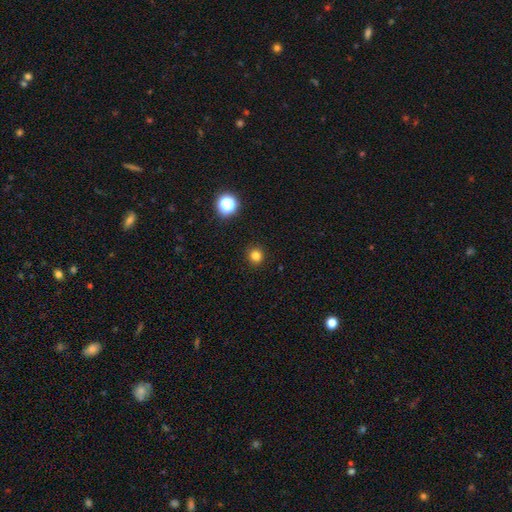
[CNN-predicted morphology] smooth-or-featured: smooth: 81% | star or artifact: 15% | featured or disk: 4%
  how-rounded: round: 90% | in between: 9% | cigar-shaped: 1%
  merging: none: 92% | minor disturbance: 5% | major disturbance: 2% | merger: 1%